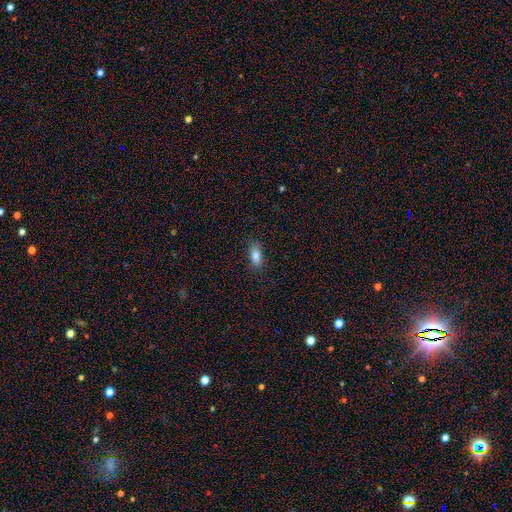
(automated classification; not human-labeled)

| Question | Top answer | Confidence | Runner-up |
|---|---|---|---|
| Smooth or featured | smooth | 83% | star or artifact (9%) |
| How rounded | in between | 84% | cigar-shaped (12%) |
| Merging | none | 84% | minor disturbance (12%) |